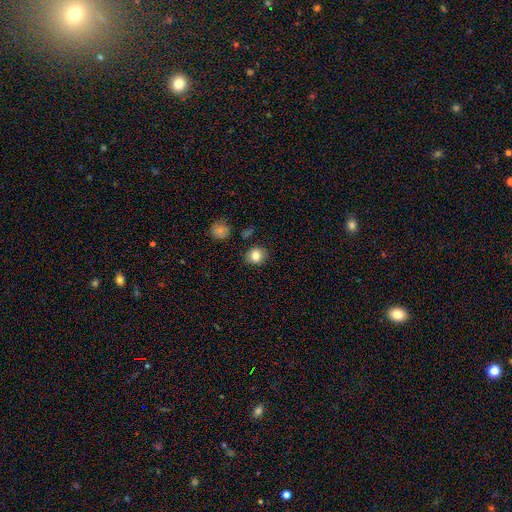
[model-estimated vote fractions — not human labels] Smooth or featured? smooth (82%)
How rounded? round (78%)
Merging? none (87%)